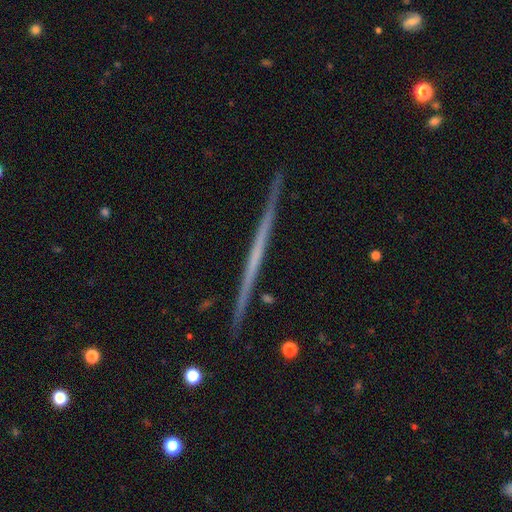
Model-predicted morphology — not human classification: This is likely a featured or disk galaxy (70%). It is clearly viewed edge-on (98%). Edge-on bulge: clearly none (92%). Merging: clearly none (92%).